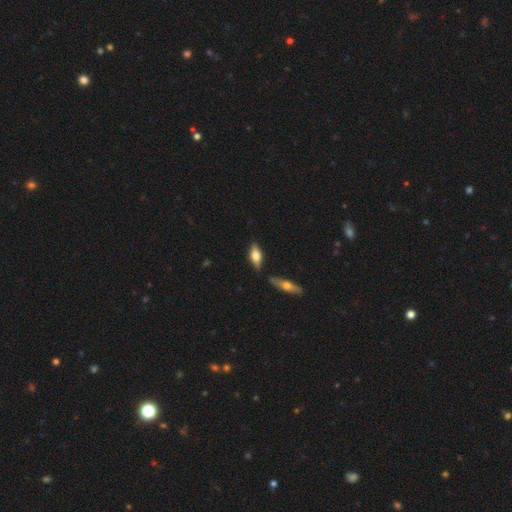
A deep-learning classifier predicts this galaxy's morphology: Smooth or featured? Predicted: smooth (p=0.60). How rounded? Predicted: in between (p=0.69). Merging? Predicted: none (p=0.76).